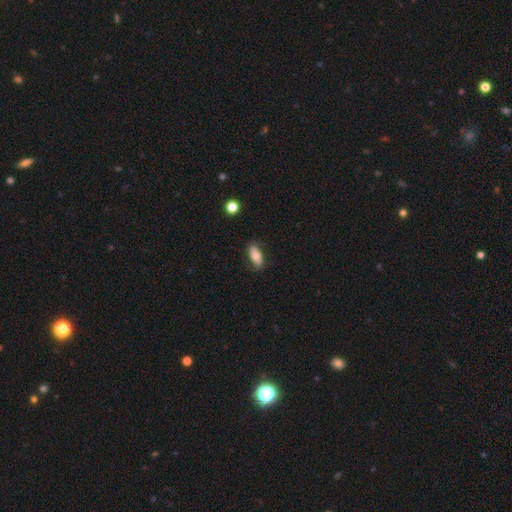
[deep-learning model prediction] This appears to be a smooth galaxy with no disk features (69%) that is in between round and cigar-shaped (83%). Merging: none (79%).